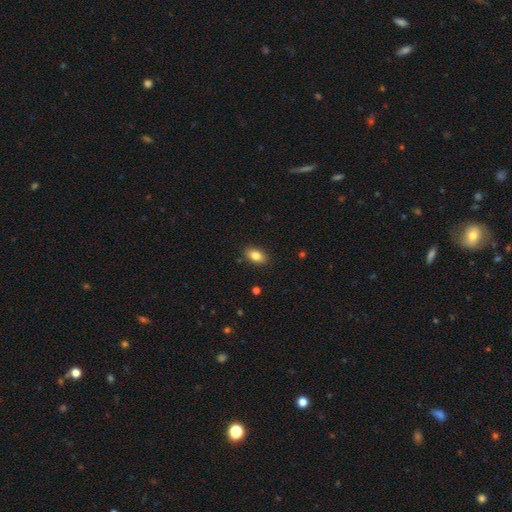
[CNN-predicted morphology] Smooth or featured? Predicted: smooth (p=0.83). How rounded? Predicted: in between (p=0.88). Merging? Predicted: none (p=0.87).